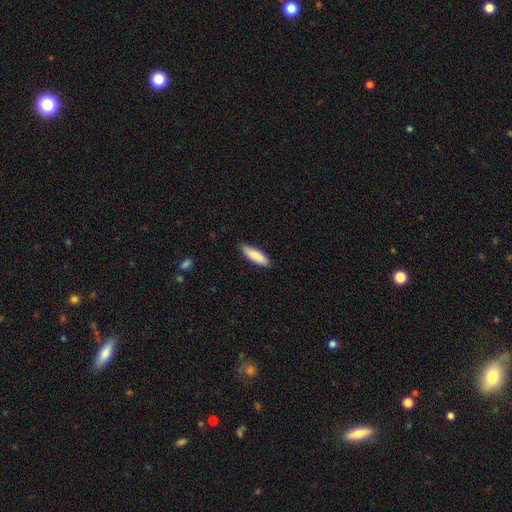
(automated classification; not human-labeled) This appears to be a smooth galaxy with no disk features (87%) that is cigar-shaped (58%). Merging: none (83%).